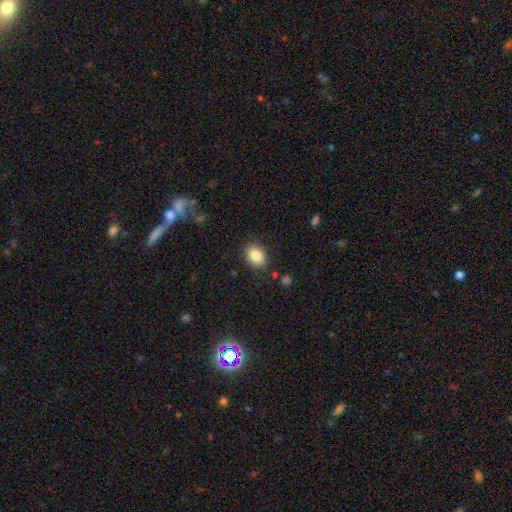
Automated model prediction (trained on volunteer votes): Q: Smooth or featured?
A: smooth (85%); runner-up: star or artifact (9%)
Q: How rounded?
A: in between (60%); runner-up: round (39%)
Q: Merging?
A: none (85%); runner-up: minor disturbance (11%)